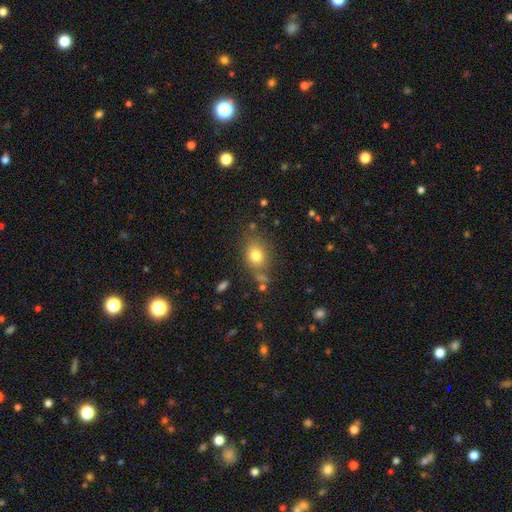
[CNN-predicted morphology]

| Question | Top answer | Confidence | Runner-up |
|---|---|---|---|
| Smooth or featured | smooth | 78% | star or artifact (12%) |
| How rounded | in between | 51% | round (48%) |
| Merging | none | 72% | minor disturbance (15%) |